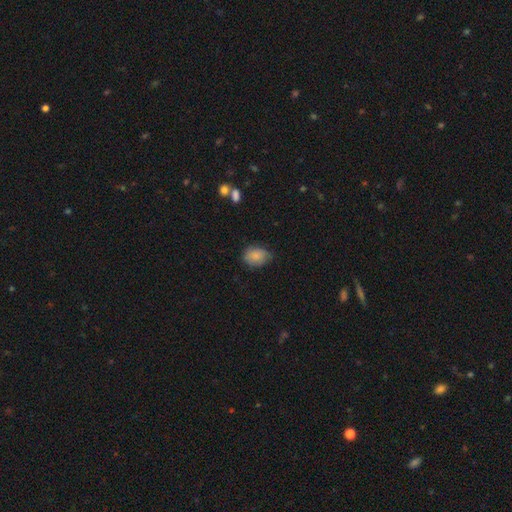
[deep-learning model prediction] Smooth or featured? smooth (84%)
How rounded? in between (74%)
Merging? none (64%)